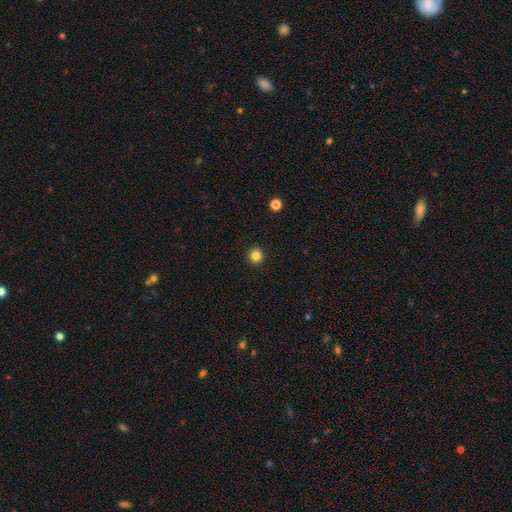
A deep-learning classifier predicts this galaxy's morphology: smooth-or-featured: smooth: 84% | star or artifact: 12% | featured or disk: 4%
  how-rounded: round: 96% | in between: 3% | cigar-shaped: 1%
  merging: none: 94% | minor disturbance: 4% | major disturbance: 1% | merger: 1%